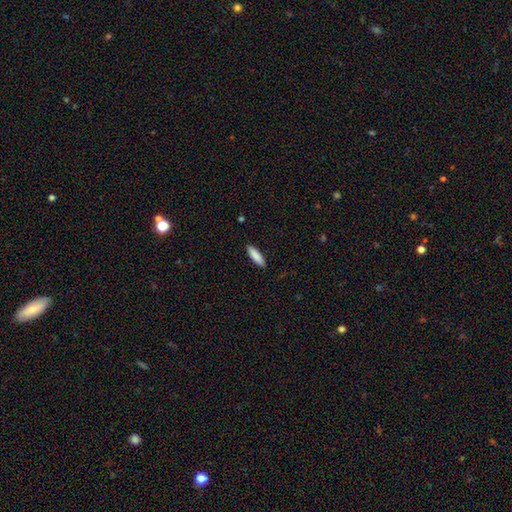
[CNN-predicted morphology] Smooth or featured? smooth (88%)
How rounded? cigar-shaped (60%)
Merging? none (89%)